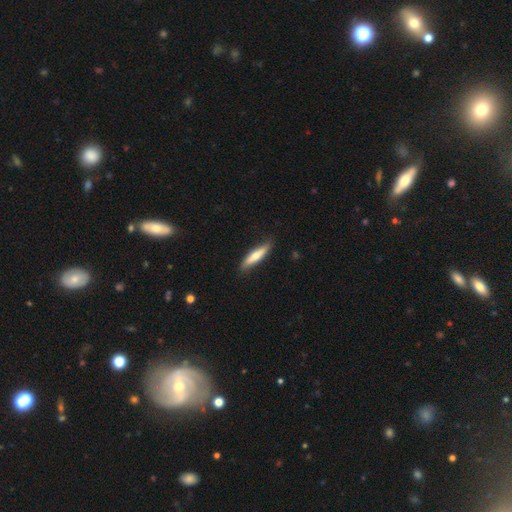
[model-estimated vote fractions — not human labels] Smooth or featured? smooth (61%)
How rounded? cigar-shaped (80%)
Merging? none (80%)